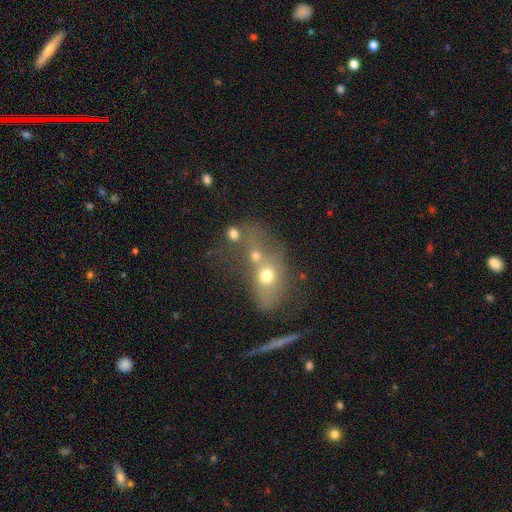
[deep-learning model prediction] The model was most divided on "how rounded": round: 52%, in between: 45%, cigar-shaped: 3%. More confident: merging — merger (61%); smooth or featured — smooth (60%).